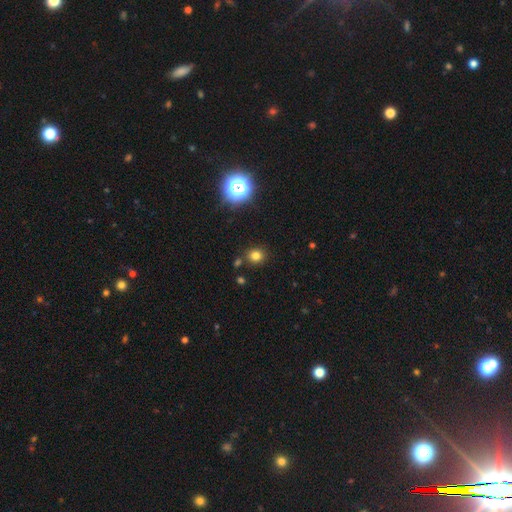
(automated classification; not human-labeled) Smooth or featured: smooth — 77% (star or artifact — 17%)
How rounded: round — 78% (in between — 21%)
Merging: none — 84% (minor disturbance — 9%)